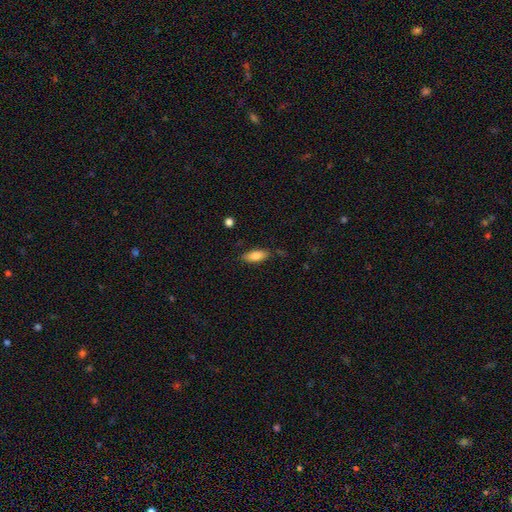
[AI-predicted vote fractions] Smooth or featured?
  - smooth: 83% *
  - featured or disk: 10%
  - star or artifact: 7%
How rounded?
  - in between: 79% *
  - cigar-shaped: 19%
  - round: 2%
Merging?
  - none: 79% *
  - minor disturbance: 16%
  - major disturbance: 4%
  - merger: 2%